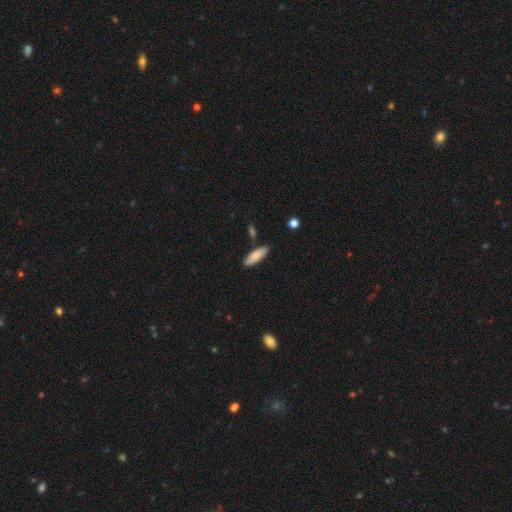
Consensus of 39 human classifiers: Volunteers were most divided on "how rounded": cigar-shaped: 55%, in between: 45%, round: 0%. More confident: merging — none (86%); smooth or featured — smooth (85%).